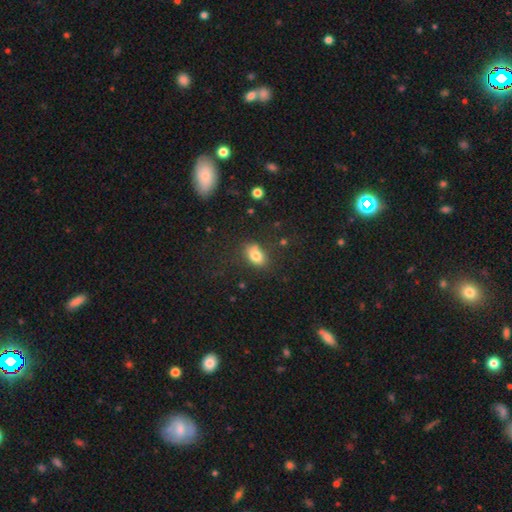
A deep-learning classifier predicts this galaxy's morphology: type=smooth (80%); roundness=in between (81%); merging=none (71%).